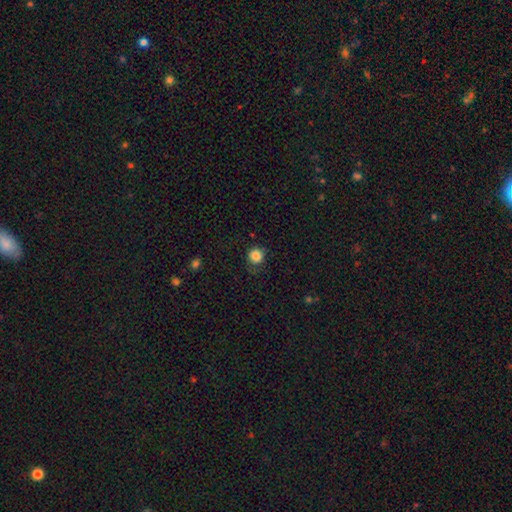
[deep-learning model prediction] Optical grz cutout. It shows a smooth galaxy with no disk features (85%) that is round (91%). Merging: none (78%).